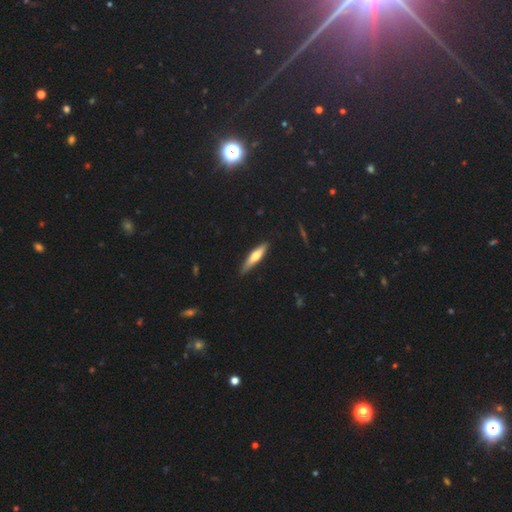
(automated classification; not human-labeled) A smooth galaxy with no disk features (54%) that is cigar-shaped (83%). Merging: none (84%).